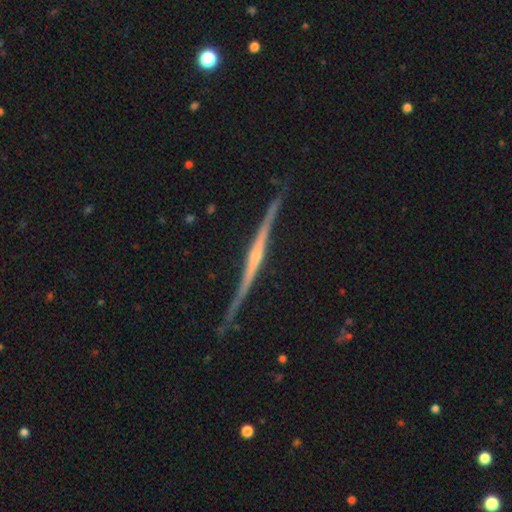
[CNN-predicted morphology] Smooth or featured: featured or disk — 86% (smooth — 9%)
Edge-on disk: yes — 98% (no — 2%)
Edge-on bulge: rounded — 57% (none — 34%)
Merging: none — 81% (minor disturbance — 15%)